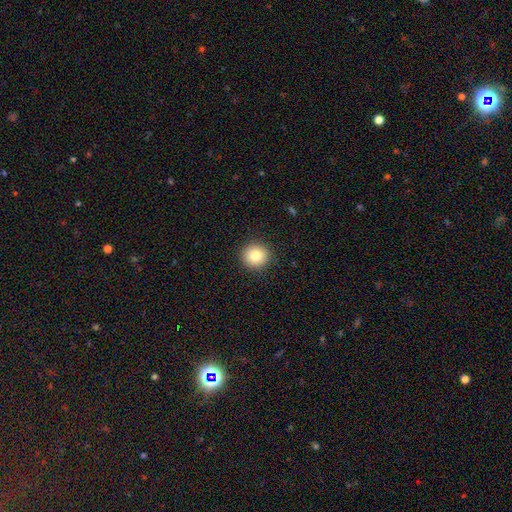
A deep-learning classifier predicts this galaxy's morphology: A smooth galaxy with no disk features (81%) that is round (92%). Merging: none (92%).